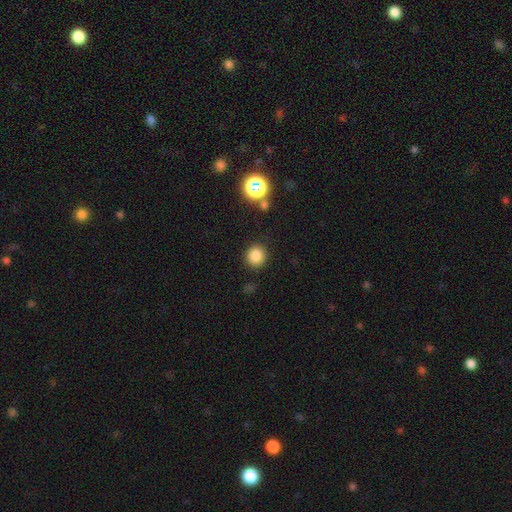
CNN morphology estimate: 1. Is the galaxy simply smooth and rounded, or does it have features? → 82% smooth, 13% star or artifact, 5% featured or disk.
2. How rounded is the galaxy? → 91% round, 8% in between, 1% cigar-shaped.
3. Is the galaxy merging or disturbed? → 89% none, 7% minor disturbance, 3% major disturbance, 2% merger.